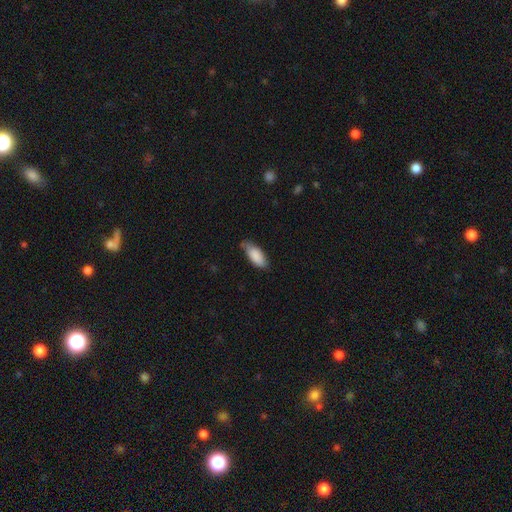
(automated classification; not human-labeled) Q: Smooth or featured?
A: smooth (86%); runner-up: featured or disk (8%)
Q: How rounded?
A: in between (85%); runner-up: cigar-shaped (13%)
Q: Merging?
A: none (59%); runner-up: minor disturbance (33%)